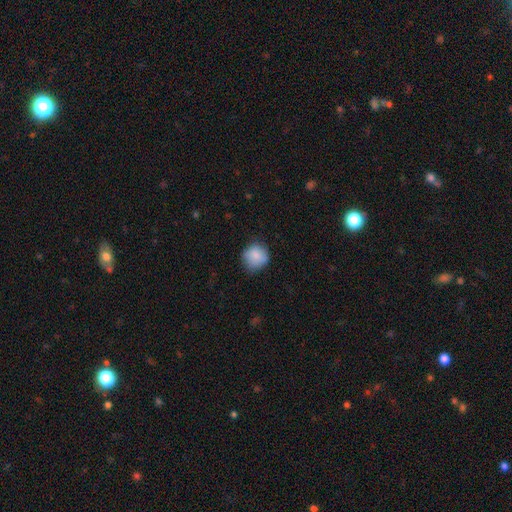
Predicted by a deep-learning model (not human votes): smooth-or-featured: smooth: 85% | star or artifact: 8% | featured or disk: 8%
  how-rounded: round: 87% | in between: 12% | cigar-shaped: 1%
  merging: none: 74% | minor disturbance: 20% | major disturbance: 4% | merger: 1%